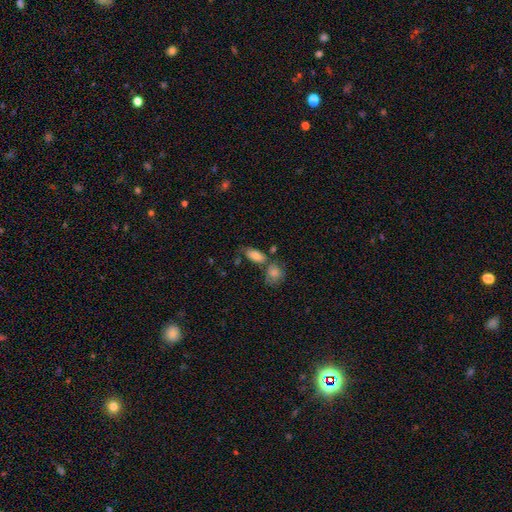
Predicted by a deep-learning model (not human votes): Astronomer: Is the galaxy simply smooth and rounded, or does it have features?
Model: smooth — 82%.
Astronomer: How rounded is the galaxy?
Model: in between — 85%.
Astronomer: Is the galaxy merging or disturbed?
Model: none — 53%.